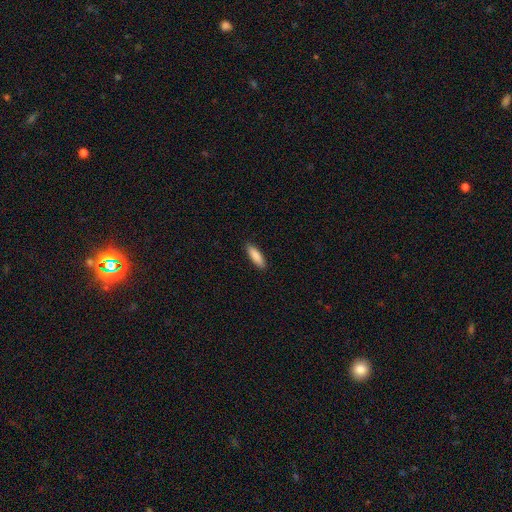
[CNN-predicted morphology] type=smooth (87%); roundness=cigar-shaped (58%); merging=none (90%).